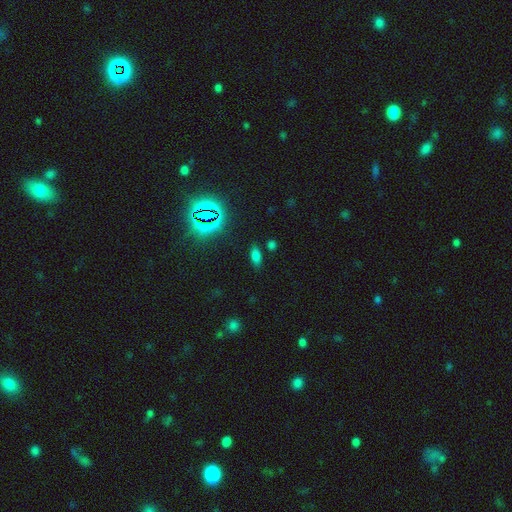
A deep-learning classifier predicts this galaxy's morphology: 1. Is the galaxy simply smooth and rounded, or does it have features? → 66% smooth, 26% star or artifact, 8% featured or disk.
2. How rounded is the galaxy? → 79% in between, 16% cigar-shaped, 5% round.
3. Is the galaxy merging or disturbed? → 82% none, 11% minor disturbance, 4% major disturbance, 3% merger.